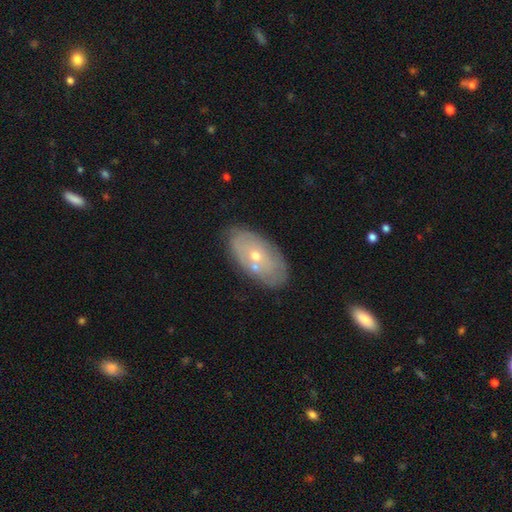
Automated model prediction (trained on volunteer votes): Smooth or featured?
  - featured or disk: 47% *
  - smooth: 45%
  - star or artifact: 8%
Merging?
  - none: 71% *
  - minor disturbance: 15%
  - merger: 10%
  - major disturbance: 4%